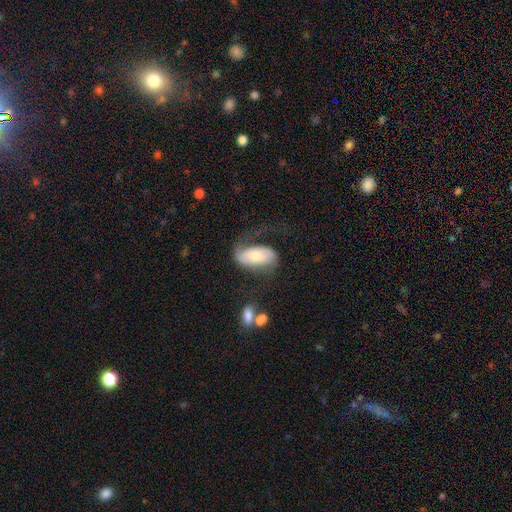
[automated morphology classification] smooth-or-featured: featured or disk: 54% | smooth: 40% | star or artifact: 6%
  disk-edge-on: no: 92% | yes: 8%
  merging: none: 45% | major disturbance: 29% | minor disturbance: 23% | merger: 4%